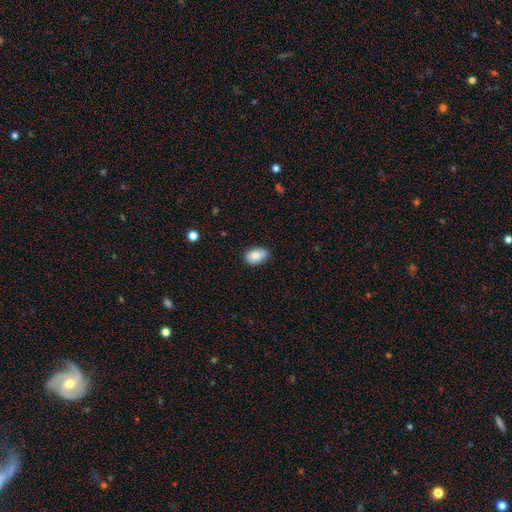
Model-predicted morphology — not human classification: Smooth or featured: smooth — 78% (featured or disk — 14%)
How rounded: in between — 85% (round — 13%)
Merging: none — 62% (minor disturbance — 30%)